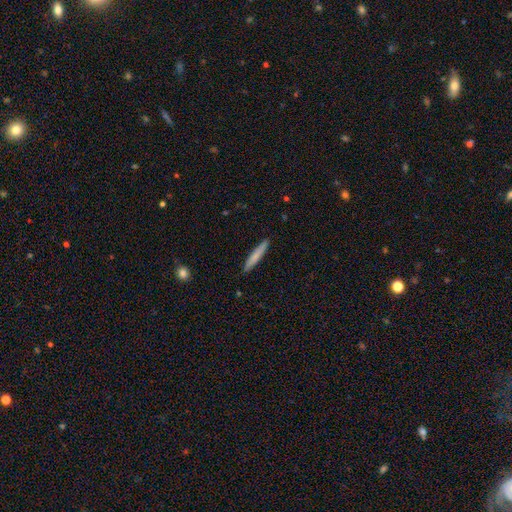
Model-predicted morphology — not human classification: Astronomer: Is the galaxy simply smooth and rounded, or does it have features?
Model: smooth — 73%.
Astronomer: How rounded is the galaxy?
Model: cigar-shaped — 95%.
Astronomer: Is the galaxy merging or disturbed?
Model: none — 91%.